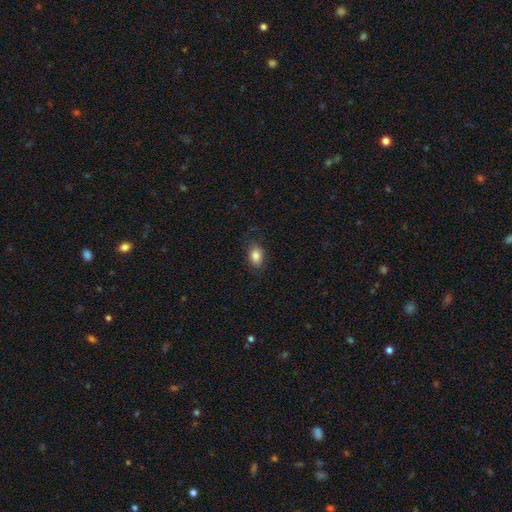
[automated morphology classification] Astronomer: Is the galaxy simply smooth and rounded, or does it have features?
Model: smooth — 84%.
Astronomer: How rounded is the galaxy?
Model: in between — 83%.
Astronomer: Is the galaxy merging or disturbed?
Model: none — 82%.